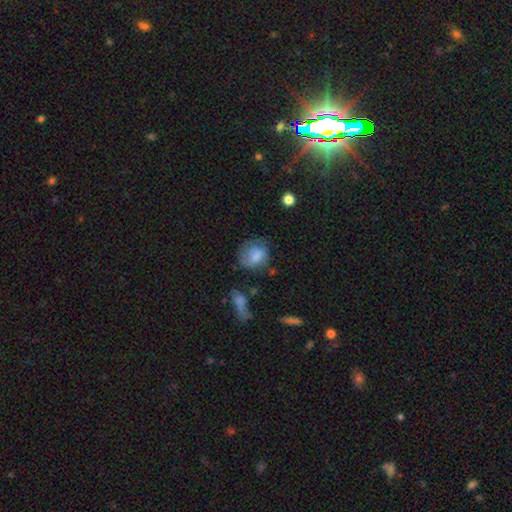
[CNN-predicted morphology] Overall: smooth (69%). How rounded: round (55%; in between 43%). Merging: none (48%; minor disturbance 28%).